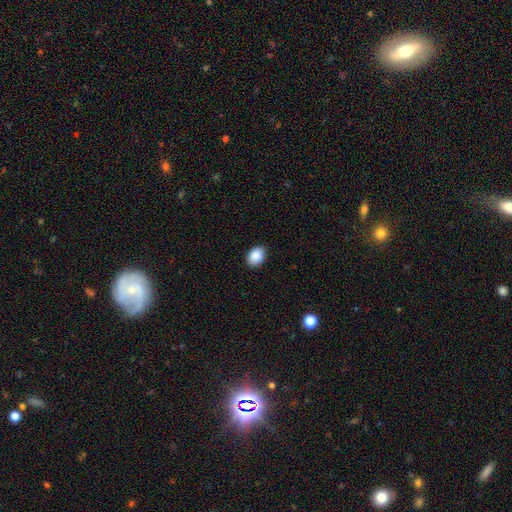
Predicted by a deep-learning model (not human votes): Smooth or featured? Predicted: smooth (p=0.90). How rounded? Predicted: in between (p=0.74). Merging? Predicted: none (p=0.87).